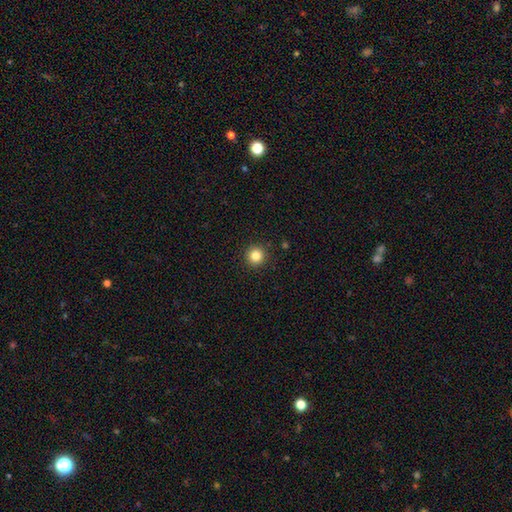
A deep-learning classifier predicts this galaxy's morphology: smooth_or_featured: smooth (p=0.83) [alt: star or artifact p=0.12]
how_rounded: round (p=0.96) [alt: in between p=0.03]
merging: none (p=0.92) [alt: minor disturbance p=0.05]